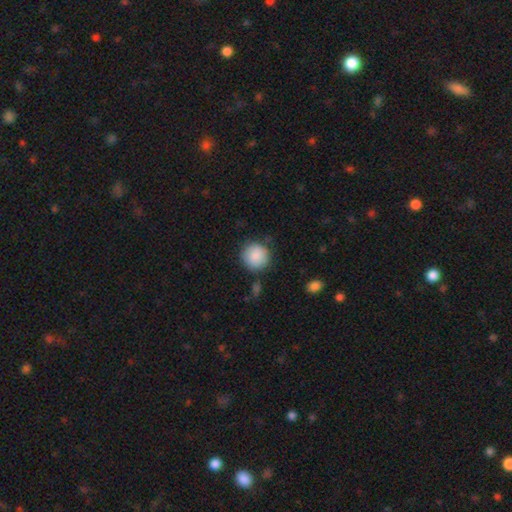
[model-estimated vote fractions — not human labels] Morphology: type=smooth (87%); roundness=round (91%); merging=none (78%).